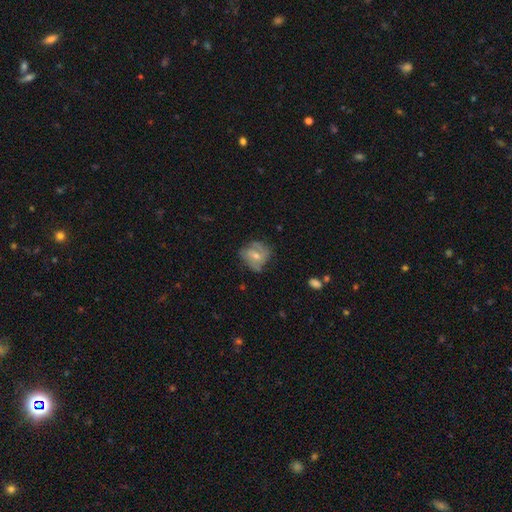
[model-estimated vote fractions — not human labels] This appears to be a featured or disk galaxy (52%) with no bar (48%), spiral arms (73%) and a moderate central bulge (50%). Merging: none (56%).